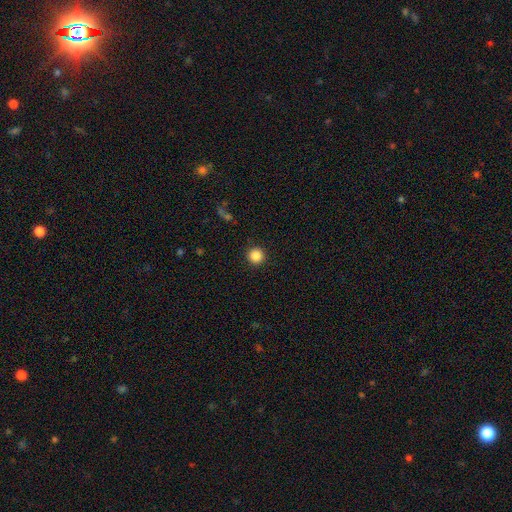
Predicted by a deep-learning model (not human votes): smooth 86%, star or artifact 10%, featured or disk 3%. Down the decision tree: how rounded — round (96%); merging — none (92%).